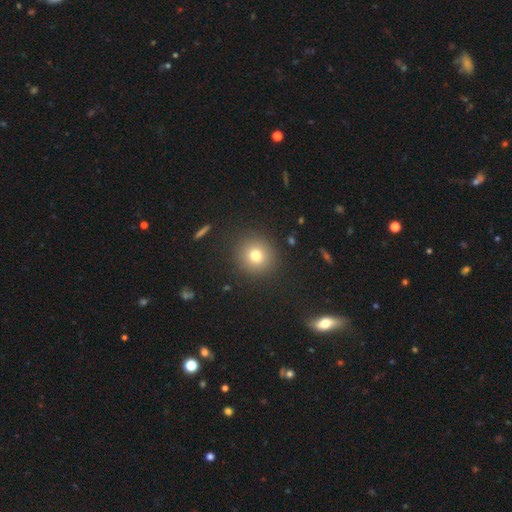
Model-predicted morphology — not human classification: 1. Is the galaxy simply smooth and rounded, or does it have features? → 75% smooth, 14% star or artifact, 11% featured or disk.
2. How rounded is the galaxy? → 93% round, 6% in between, 1% cigar-shaped.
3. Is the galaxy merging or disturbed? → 90% none, 6% minor disturbance, 3% major disturbance, 1% merger.